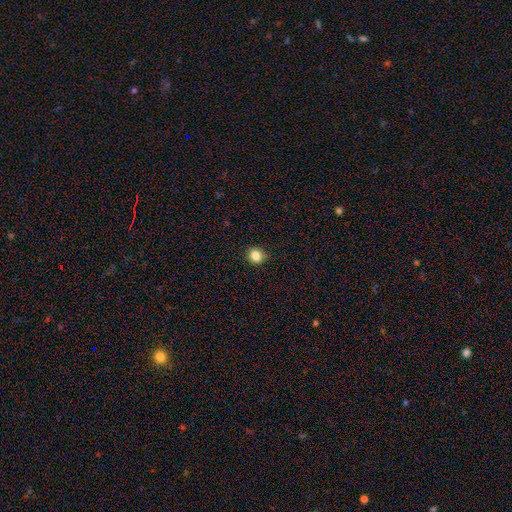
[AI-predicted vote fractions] Smooth or featured?
  - smooth: 84% *
  - star or artifact: 12%
  - featured or disk: 5%
How rounded?
  - round: 88% *
  - in between: 11%
  - cigar-shaped: 1%
Merging?
  - none: 89% *
  - minor disturbance: 8%
  - major disturbance: 2%
  - merger: 1%